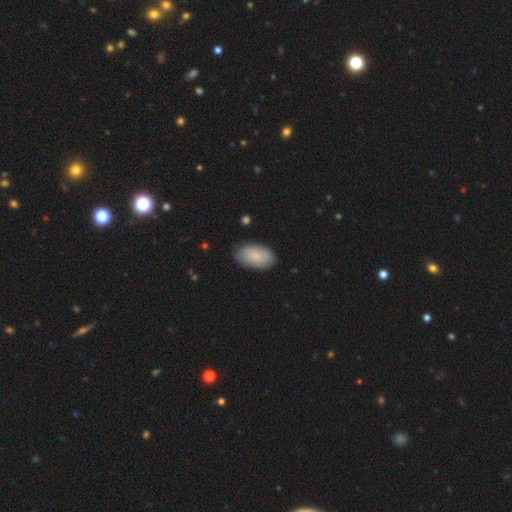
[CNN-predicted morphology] smooth_or_featured: smooth (p=0.80) [alt: featured or disk p=0.14]
how_rounded: in between (p=0.94) [alt: round p=0.04]
merging: none (p=0.82) [alt: minor disturbance p=0.14]